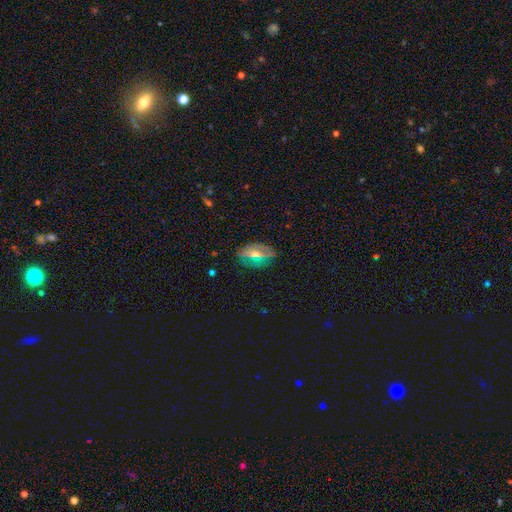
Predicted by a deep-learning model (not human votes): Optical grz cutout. It shows a smooth galaxy with no disk features (44%). Merging: none (79%).